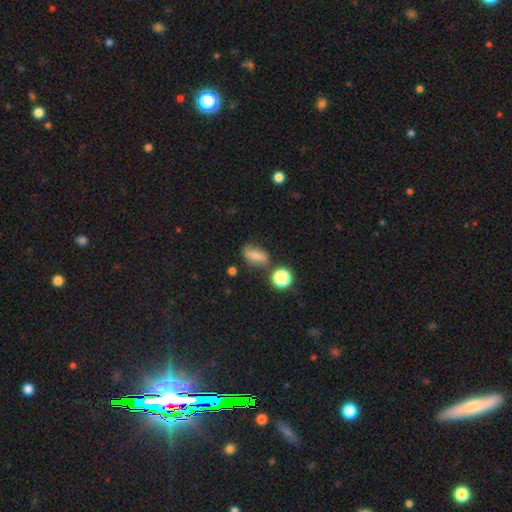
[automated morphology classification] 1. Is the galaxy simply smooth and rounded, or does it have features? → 60% smooth, 25% featured or disk, 14% star or artifact.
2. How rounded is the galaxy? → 76% in between, 18% round, 6% cigar-shaped.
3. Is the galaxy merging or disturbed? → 65% none, 22% minor disturbance, 7% major disturbance, 6% merger.